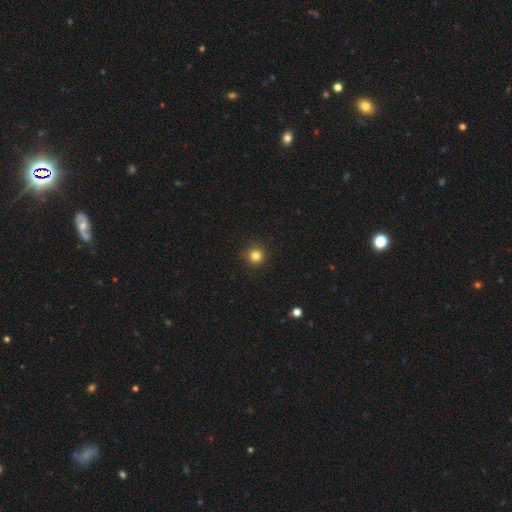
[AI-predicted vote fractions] Smooth or featured: smooth — 82% (star or artifact — 13%)
How rounded: round — 95% (in between — 4%)
Merging: none — 91% (minor disturbance — 6%)